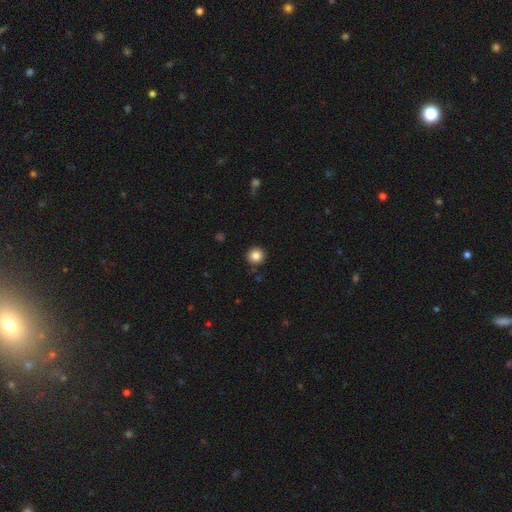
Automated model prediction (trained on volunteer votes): smooth-or-featured: smooth: 85% | star or artifact: 10% | featured or disk: 5%
  how-rounded: round: 95% | in between: 4% | cigar-shaped: 1%
  merging: none: 91% | minor disturbance: 6% | major disturbance: 2% | merger: 2%